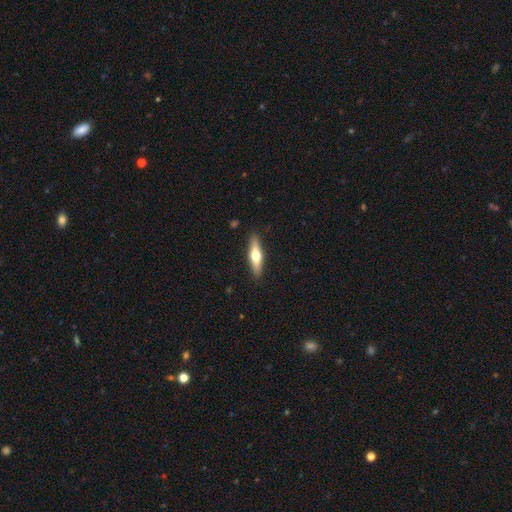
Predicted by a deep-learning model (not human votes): This appears to be a featured or disk galaxy (49%). Merging: none (89%).